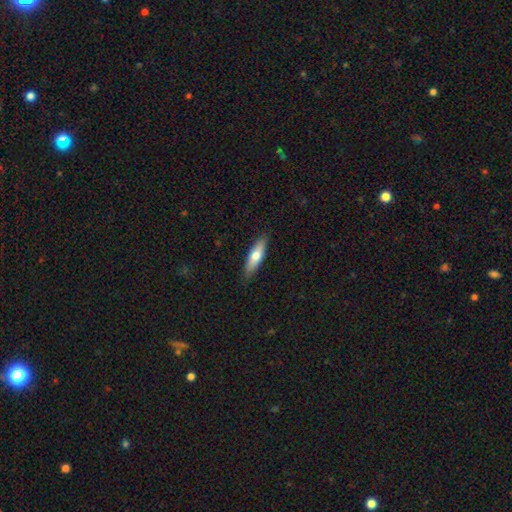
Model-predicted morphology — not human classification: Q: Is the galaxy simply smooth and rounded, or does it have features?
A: smooth — 66%.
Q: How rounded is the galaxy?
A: cigar-shaped — 58%.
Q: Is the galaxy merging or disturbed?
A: none — 87%.